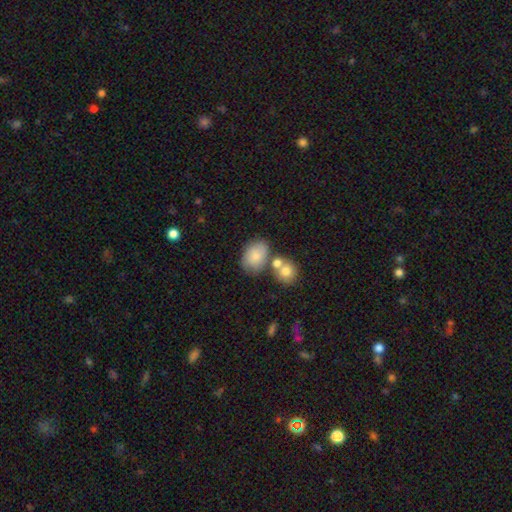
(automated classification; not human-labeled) smooth 75%, featured or disk 17%, star or artifact 8%. Down the decision tree: how rounded — in between (72%); merging — none (56%).